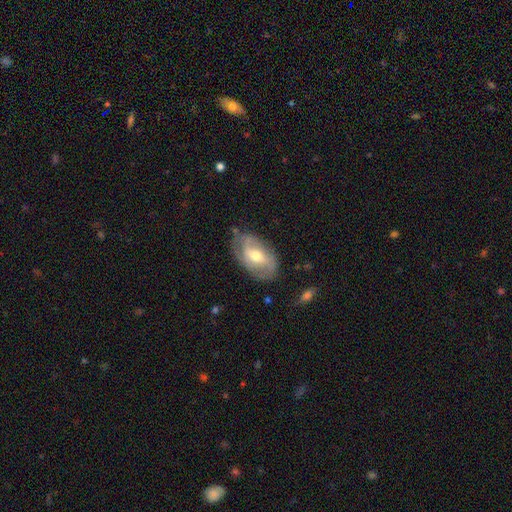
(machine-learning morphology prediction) A featured or disk galaxy (65%) with a weak bar (42%), spiral arms (74%) and a moderate central bulge (67%).

Vote fractions:
- Smooth or featured? featured or disk: 65% / smooth: 28% / star or artifact: 7%
- Edge-on disk? no: 93% / yes: 7%
- Bar? weak: 42% / no: 36% / strong: 23%
- Spiral arms? yes: 74% / no: 26%
- Bulge size? moderate: 67% / small: 27% / large: 4% / none: 1% / dominant: 1%
- Merging? none: 68% / minor disturbance: 23% / major disturbance: 7% / merger: 2%